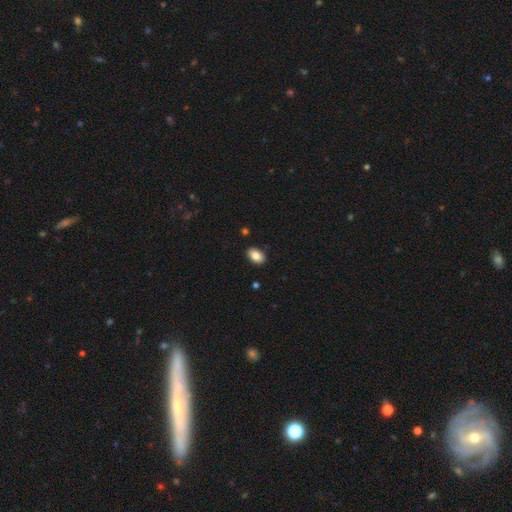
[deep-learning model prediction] Overall: smooth (86%). How rounded: in between (89%). Merging: none (89%).